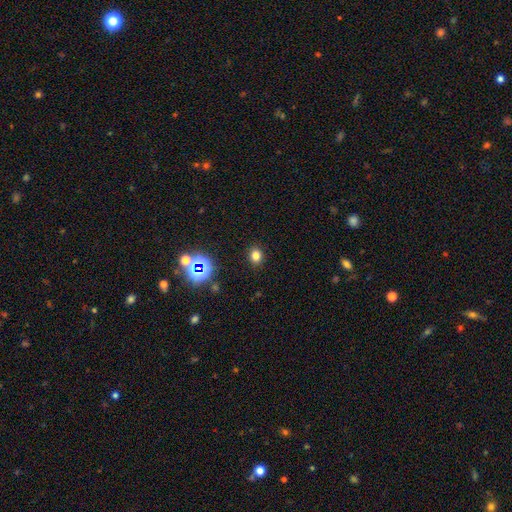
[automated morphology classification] Smooth or featured? Predicted: smooth (p=0.75). How rounded? Predicted: round (p=0.57). Merging? Predicted: none (p=0.89).